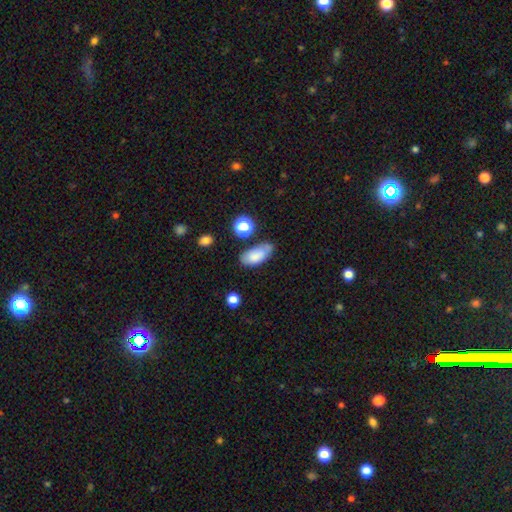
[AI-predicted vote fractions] A smooth galaxy with no disk features (79%) that is in between round and cigar-shaped (89%). Merging: none (56%).